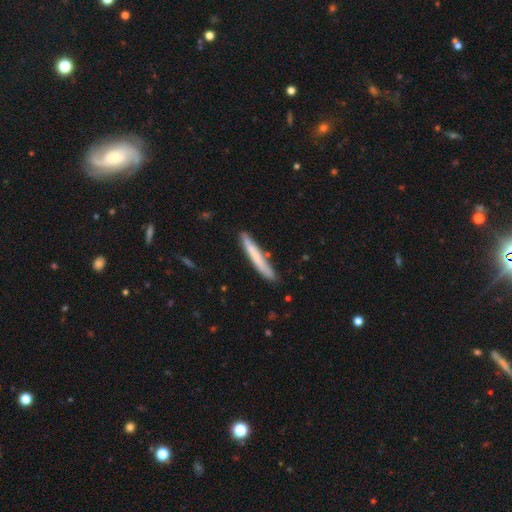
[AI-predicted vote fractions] Overall: smooth (69%). How rounded: cigar-shaped (96%). Merging: none (83%).